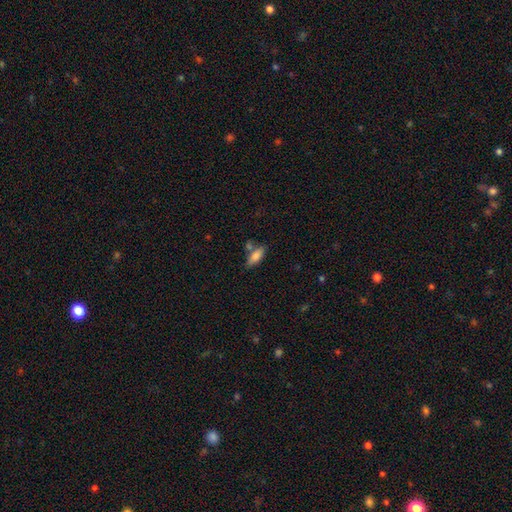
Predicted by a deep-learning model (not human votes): Smooth or featured? Predicted: smooth (p=0.78). How rounded? Predicted: in between (p=0.75). Merging? Predicted: none (p=0.61).